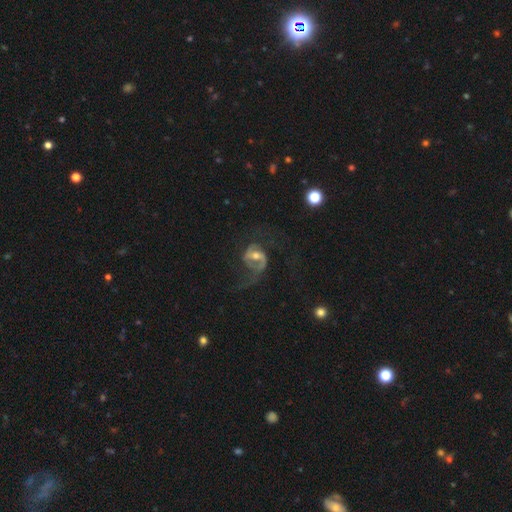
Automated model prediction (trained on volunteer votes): Smooth or featured? featured or disk (83%)
Edge-on disk? no (97%)
Bar? weak (43%)
Spiral arms? yes (92%)
Spiral winding? medium (44%, tied with loose)
Spiral arm count? 2 (79%)
Bulge size? moderate (56%)
Merging? none (55%)